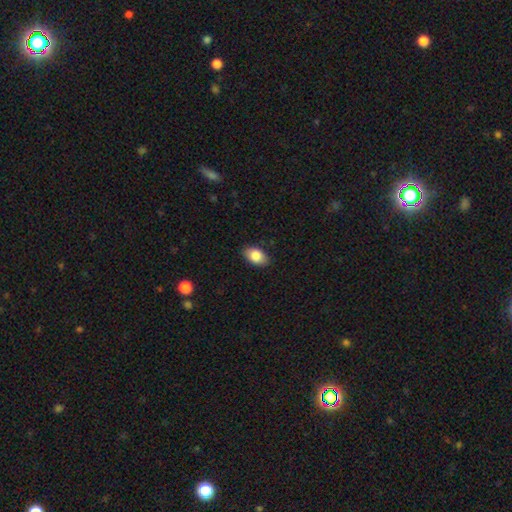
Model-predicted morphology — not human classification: smooth 85%, featured or disk 8%, star or artifact 7%. Down the decision tree: how rounded — in between (90%); merging — none (87%).